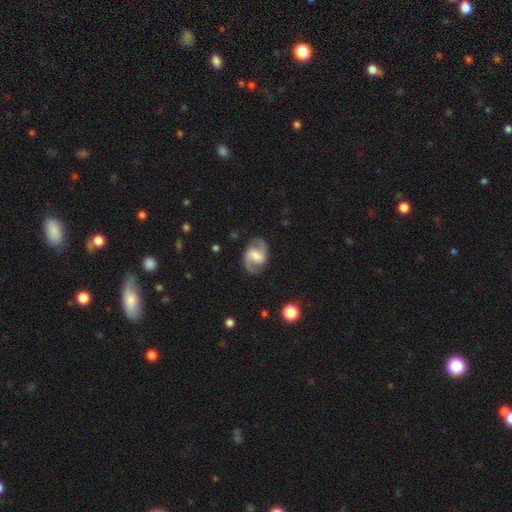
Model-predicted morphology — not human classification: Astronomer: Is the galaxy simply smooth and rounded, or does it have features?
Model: featured or disk — 84%.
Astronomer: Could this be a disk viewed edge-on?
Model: no — 98%.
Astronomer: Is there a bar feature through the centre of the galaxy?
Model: weak — 49% (runner-up: strong, 26%).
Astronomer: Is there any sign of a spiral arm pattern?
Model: yes — 96%.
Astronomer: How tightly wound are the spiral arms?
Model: medium — 55%.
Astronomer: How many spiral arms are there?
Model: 2 — 93%.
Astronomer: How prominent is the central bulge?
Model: moderate — 38% (runner-up: small, 28%).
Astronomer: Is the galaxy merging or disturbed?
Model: none — 83%.